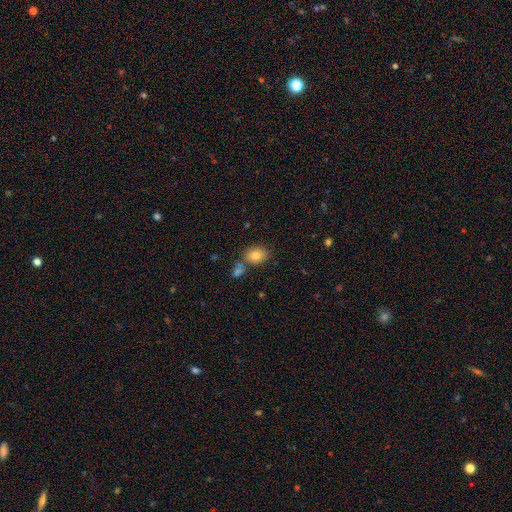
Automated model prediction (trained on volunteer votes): A smooth galaxy with no disk features (79%) that is in between round and cigar-shaped (72%).

Vote fractions:
- Smooth or featured? smooth: 79% / featured or disk: 11% / star or artifact: 9%
- How rounded? in between: 72% / round: 27% / cigar-shaped: 1%
- Merging? none: 66% / merger: 16% / minor disturbance: 14% / major disturbance: 4%